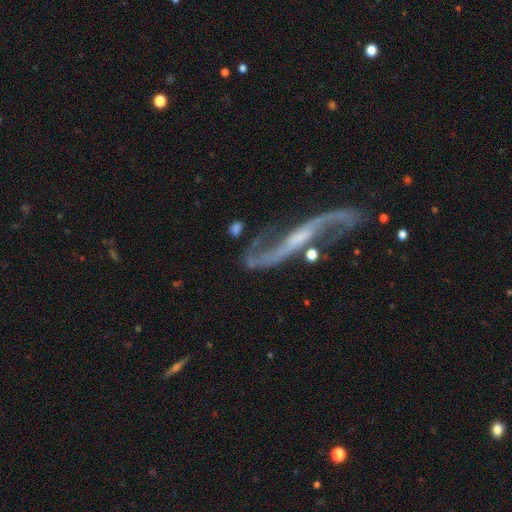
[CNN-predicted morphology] The model was most divided on "bar" (2-way tie): weak: 36%, strong: 36%, no: 28%. More confident: spiral arms — yes (96%); spiral arm count — 2 (93%); smooth or featured — featured or disk (90%); edge-on disk — no (87%); spiral winding — loose (82%); merging — none (61%); bulge size — small (51%).